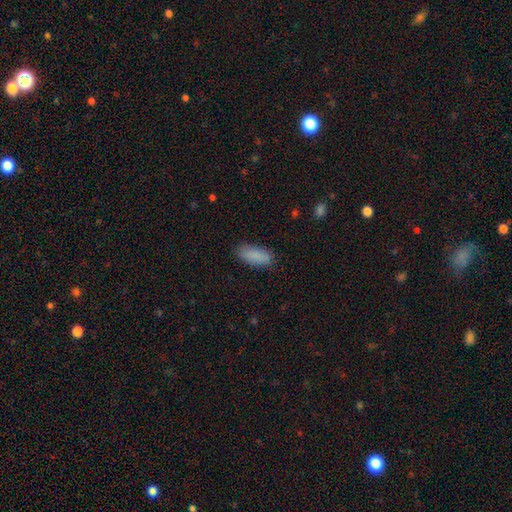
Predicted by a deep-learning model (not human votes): Morphology: type=smooth (88%); roundness=in between (79%); merging=none (85%).